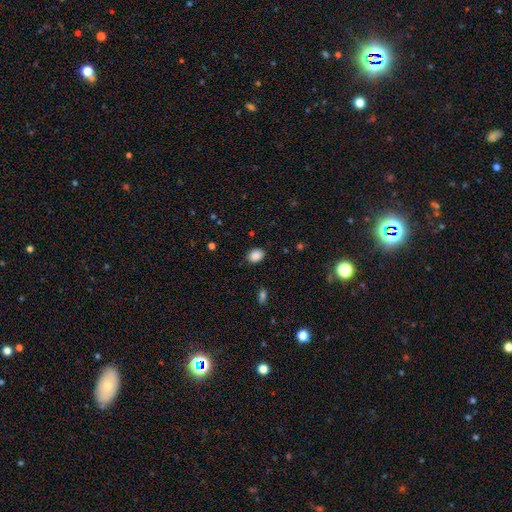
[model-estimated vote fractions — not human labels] Q: Smooth or featured?
A: smooth (88%); runner-up: star or artifact (9%)
Q: How rounded?
A: in between (65%); runner-up: round (34%)
Q: Merging?
A: none (85%); runner-up: minor disturbance (11%)